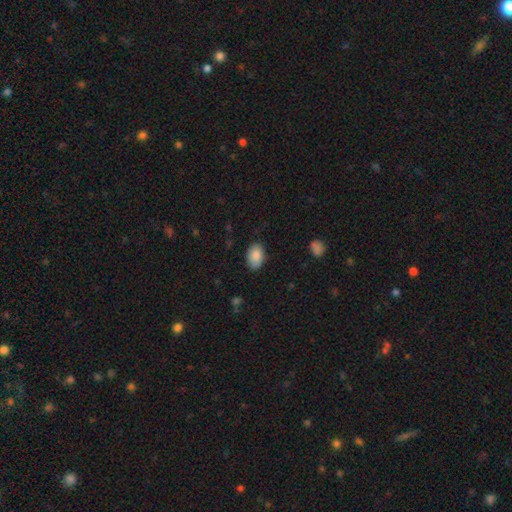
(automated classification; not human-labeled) This appears to be a smooth galaxy with no disk features (88%) that is in between round and cigar-shaped (89%). Merging: none (84%).